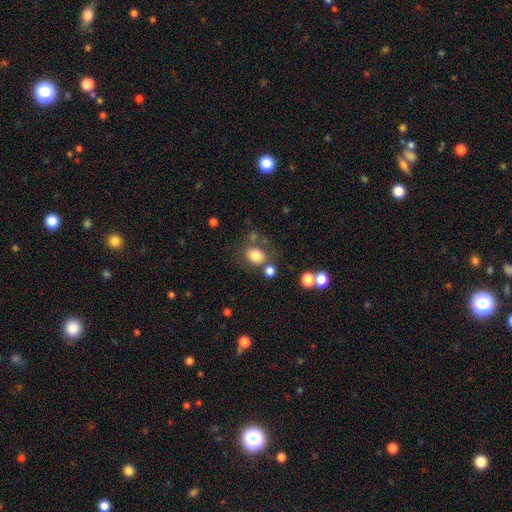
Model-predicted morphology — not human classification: Smooth or featured: smooth — 79% (star or artifact — 12%)
How rounded: round — 54% (in between — 45%)
Merging: none — 64% (minor disturbance — 15%)